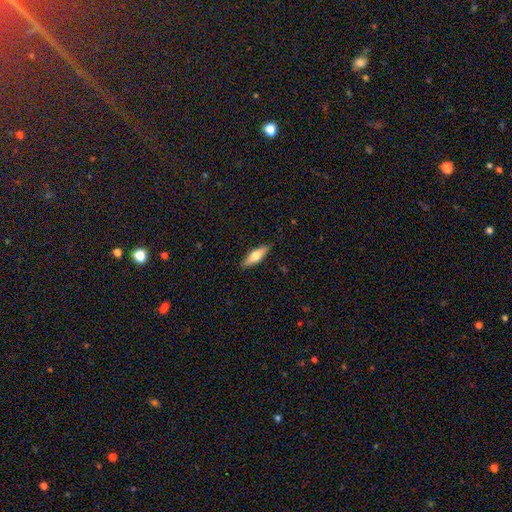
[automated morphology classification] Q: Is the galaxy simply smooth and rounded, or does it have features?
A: smooth — 59%.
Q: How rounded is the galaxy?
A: cigar-shaped — 52%.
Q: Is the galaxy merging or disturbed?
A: none — 87%.